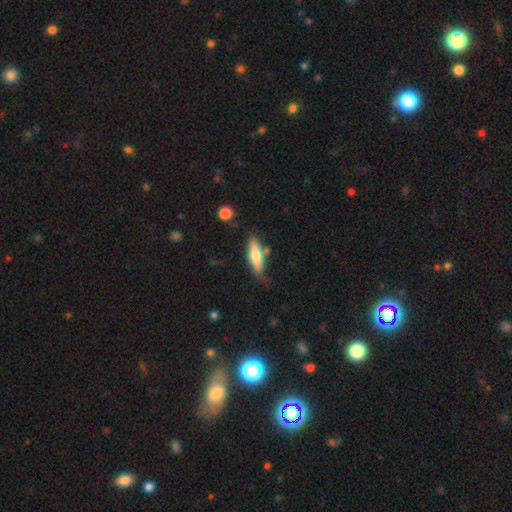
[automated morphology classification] smooth 58%, featured or disk 36%, star or artifact 6%. Down the decision tree: how rounded — cigar-shaped (54%); merging — none (65%).